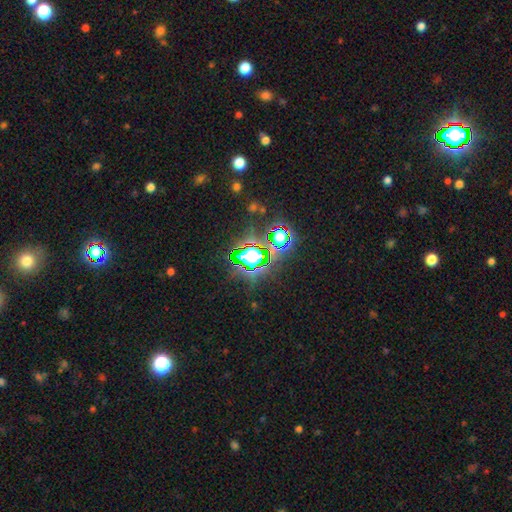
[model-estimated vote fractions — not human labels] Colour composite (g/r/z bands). It shows a star or artifact, not a galaxy (81%).